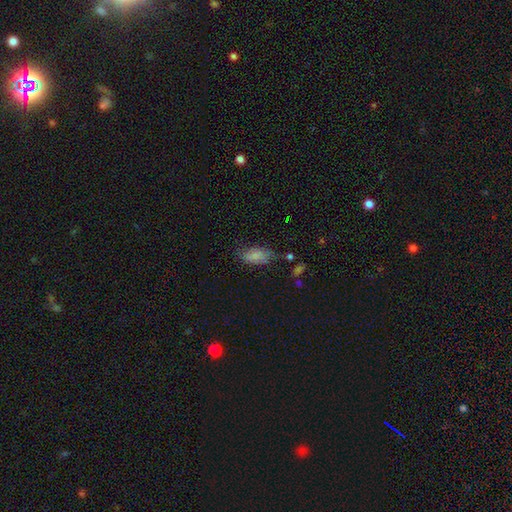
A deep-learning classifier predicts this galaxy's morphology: Smooth or featured: smooth — 73% (featured or disk — 17%)
How rounded: in between — 89% (cigar-shaped — 7%)
Merging: none — 48% (minor disturbance — 32%)